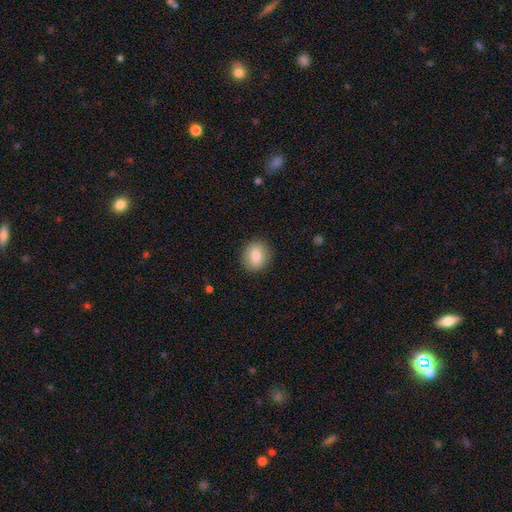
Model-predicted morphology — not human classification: Overall: smooth (81%). How rounded: round (72%). Merging: none (89%).